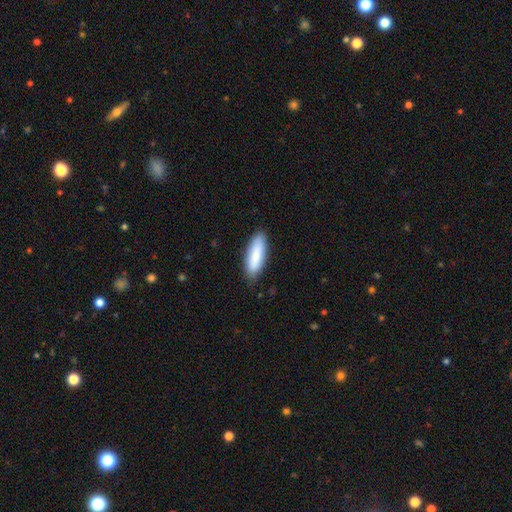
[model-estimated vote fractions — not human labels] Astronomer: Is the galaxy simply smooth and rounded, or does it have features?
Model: smooth — 86%.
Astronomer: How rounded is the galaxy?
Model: in between — 58% (runner-up: cigar-shaped, 40%).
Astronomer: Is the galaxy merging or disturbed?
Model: none — 85%.